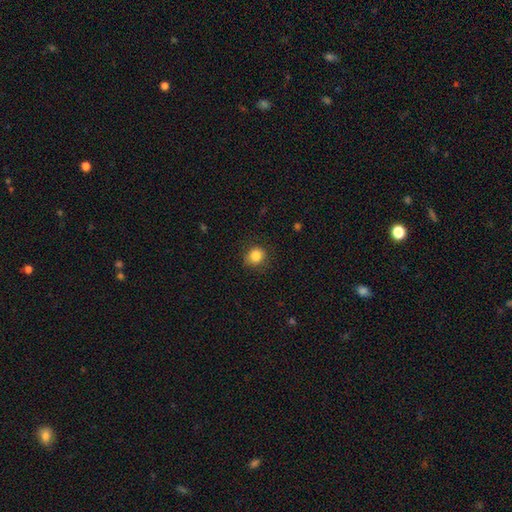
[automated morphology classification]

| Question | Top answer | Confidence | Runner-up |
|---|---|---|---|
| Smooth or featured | smooth | 85% | star or artifact (10%) |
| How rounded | round | 81% | in between (18%) |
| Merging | none | 85% | minor disturbance (11%) |